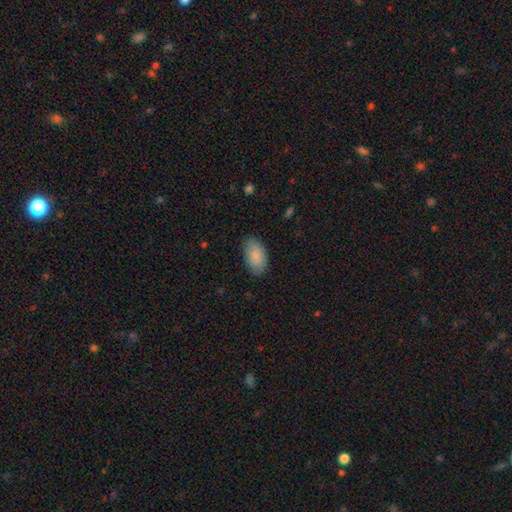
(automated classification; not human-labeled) Smooth or featured: smooth — 87% (featured or disk — 7%)
How rounded: in between — 95% (round — 4%)
Merging: none — 84% (minor disturbance — 12%)